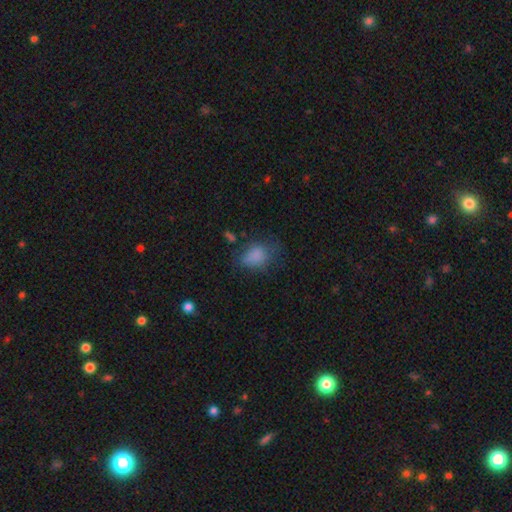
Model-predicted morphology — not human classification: smooth_or_featured: smooth (p=0.80) [alt: star or artifact p=0.11]
how_rounded: in between (p=0.69) [alt: round p=0.29]
merging: none (p=0.52) [alt: minor disturbance p=0.28]